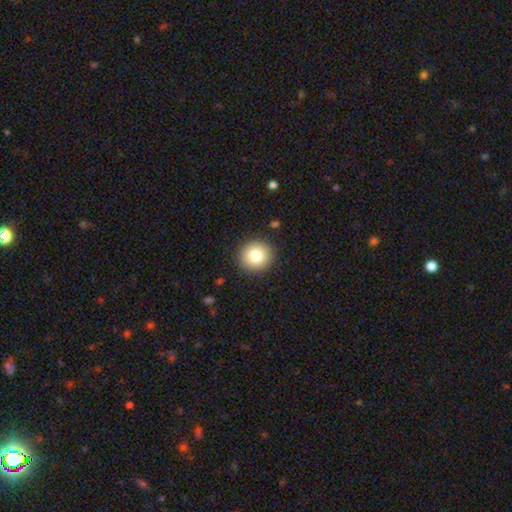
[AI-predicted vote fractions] Q: Smooth or featured?
A: smooth (80%); runner-up: star or artifact (10%)
Q: How rounded?
A: round (92%); runner-up: in between (7%)
Q: Merging?
A: none (90%); runner-up: minor disturbance (6%)